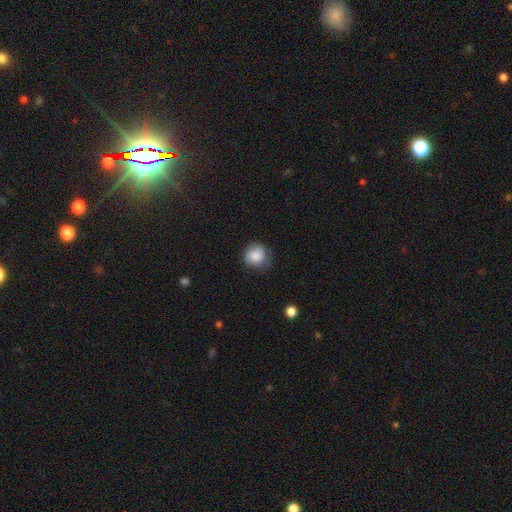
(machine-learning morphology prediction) Q: Smooth or featured?
A: smooth (86%); runner-up: star or artifact (8%)
Q: How rounded?
A: round (86%); runner-up: in between (13%)
Q: Merging?
A: none (68%); runner-up: minor disturbance (25%)